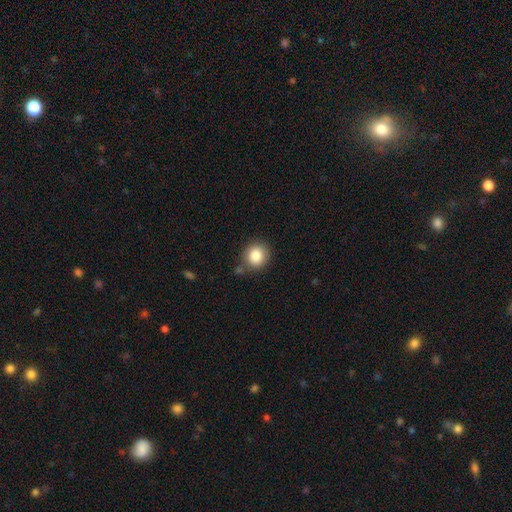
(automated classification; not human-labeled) A smooth galaxy with no disk features (84%) that is round (82%).

Vote fractions:
- Smooth or featured? smooth: 84% / star or artifact: 9% / featured or disk: 6%
- How rounded? round: 82% / in between: 17% / cigar-shaped: 1%
- Merging? none: 78% / minor disturbance: 13% / merger: 6% / major disturbance: 3%